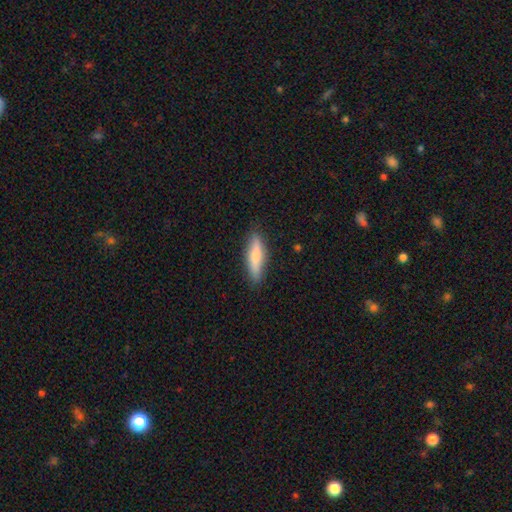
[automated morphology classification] Q: Smooth or featured?
A: smooth (70%); runner-up: featured or disk (24%)
Q: How rounded?
A: cigar-shaped (70%); runner-up: in between (28%)
Q: Merging?
A: none (84%); runner-up: minor disturbance (12%)